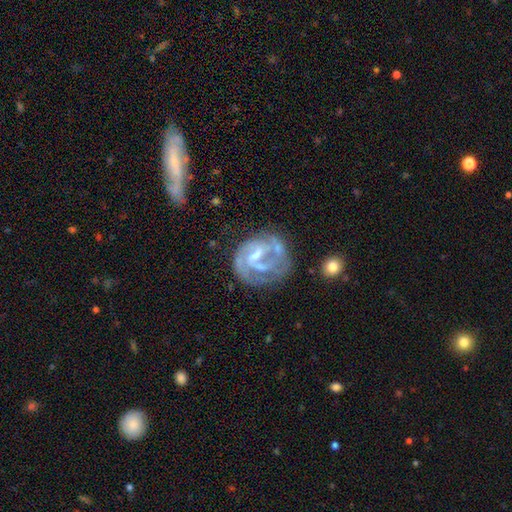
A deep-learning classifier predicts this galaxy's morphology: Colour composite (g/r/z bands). It shows a featured or disk galaxy (78%) with a weak bar (45%), 2 (37%) tight (49%) spiral arms (74%) and a moderate central bulge (34%). Merging: none (48%).